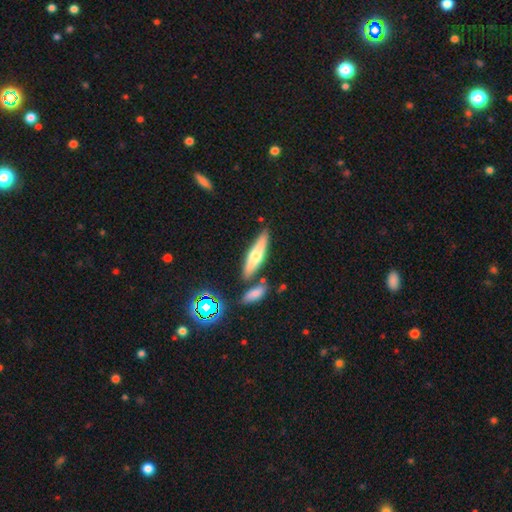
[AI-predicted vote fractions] Smooth or featured: smooth — 55% (featured or disk — 37%)
How rounded: cigar-shaped — 72% (in between — 26%)
Merging: none — 76% (minor disturbance — 11%)